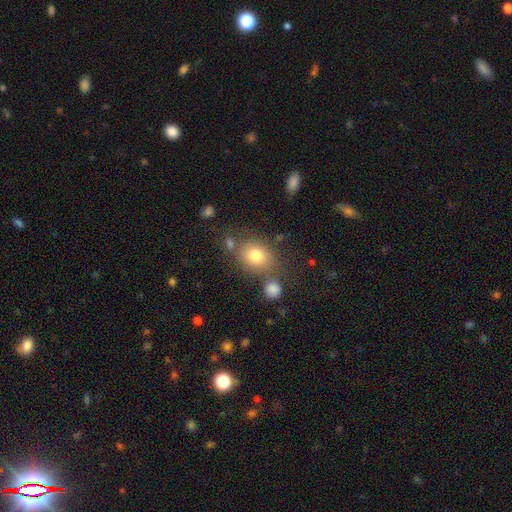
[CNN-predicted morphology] Overall: smooth (78%). How rounded: round (60%; in between 39%). Merging: none (67%).